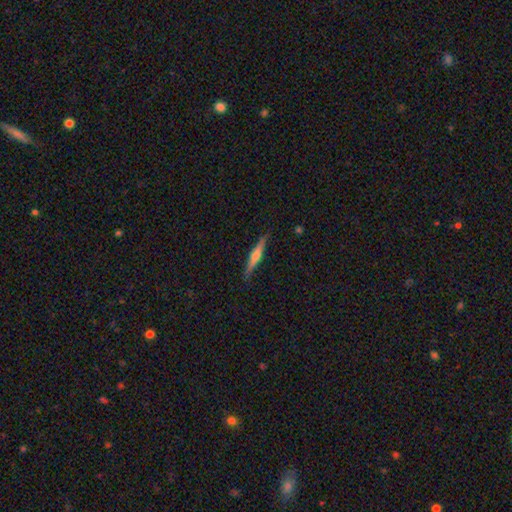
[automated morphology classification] This appears to be a featured or disk galaxy (57%) viewed edge-on (97%) with a rounded central bulge (78%). Merging: none (88%).